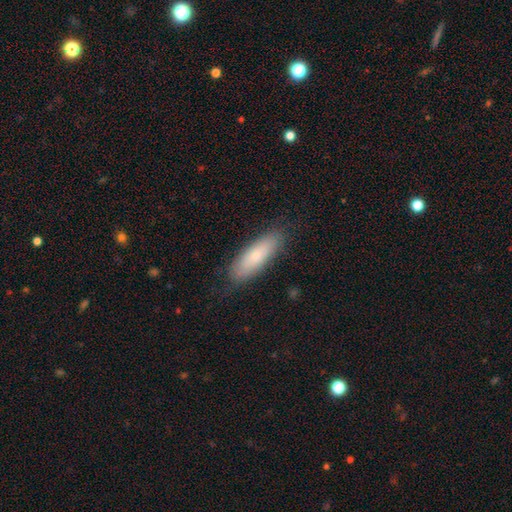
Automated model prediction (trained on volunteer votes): A smooth galaxy with no disk features (71%) that is in between round and cigar-shaped (51%). Merging: none (83%).